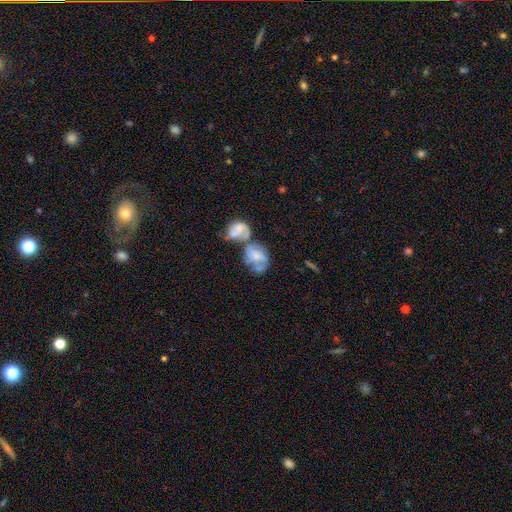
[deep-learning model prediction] Smooth or featured: featured or disk — 51% (smooth — 41%)
Edge-on disk: no — 96% (yes — 4%)
Merging: merger — 61% (none — 15%)